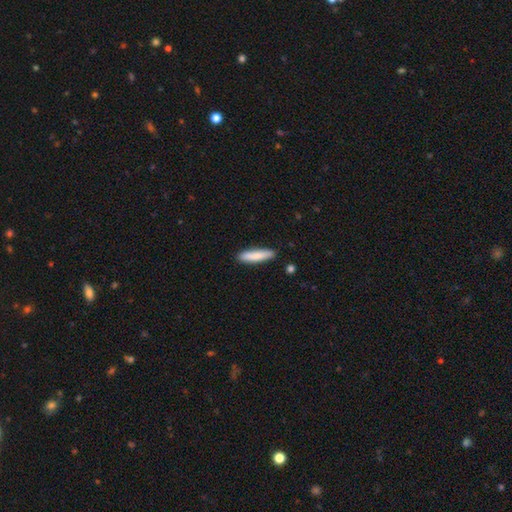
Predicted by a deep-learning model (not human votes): Morphology: type=smooth (83%); roundness=cigar-shaped (82%); merging=none (87%).